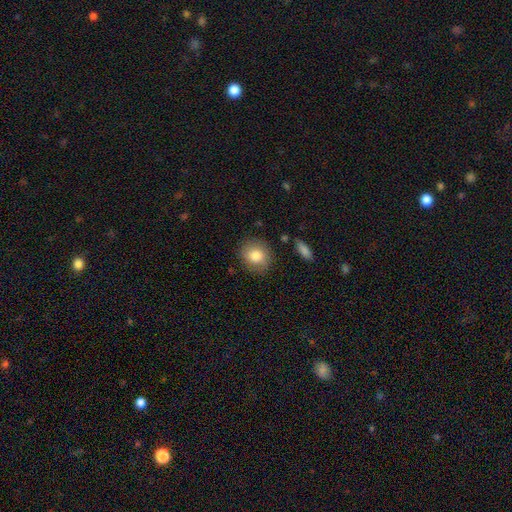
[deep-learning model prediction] Smooth or featured: smooth — 81% (featured or disk — 11%)
How rounded: round — 78% (in between — 21%)
Merging: none — 83% (minor disturbance — 12%)